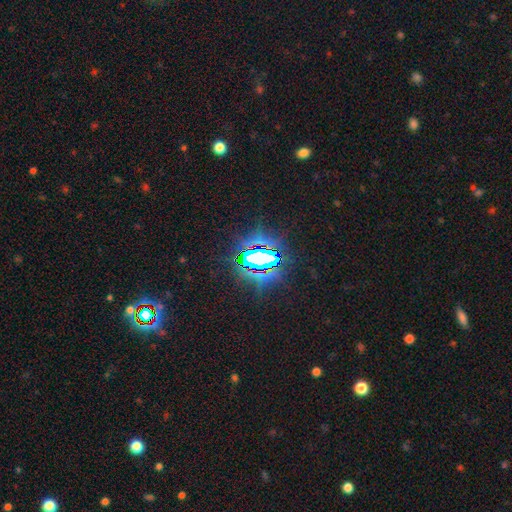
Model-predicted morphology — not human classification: This appears to be a star or artifact, not a galaxy (77%).